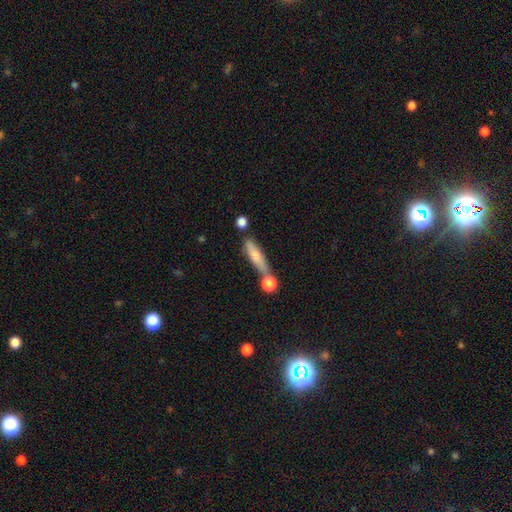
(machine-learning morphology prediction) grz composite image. It shows a smooth galaxy with no disk features (65%) that is cigar-shaped (75%). Merging: none (58%).